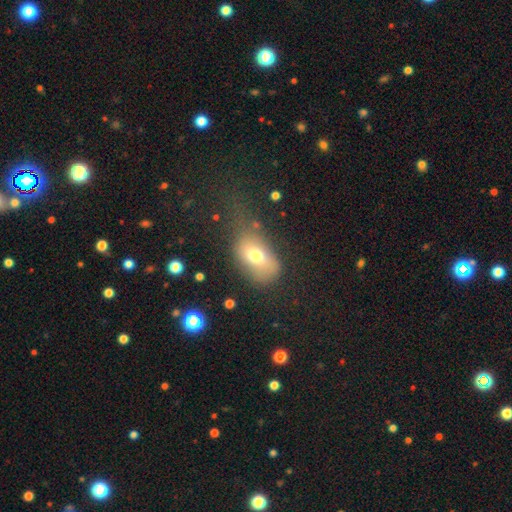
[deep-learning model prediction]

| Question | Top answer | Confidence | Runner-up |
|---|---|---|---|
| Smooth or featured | smooth | 70% | featured or disk (19%) |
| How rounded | in between | 82% | round (16%) |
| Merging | none | 43% | minor disturbance (27%) |